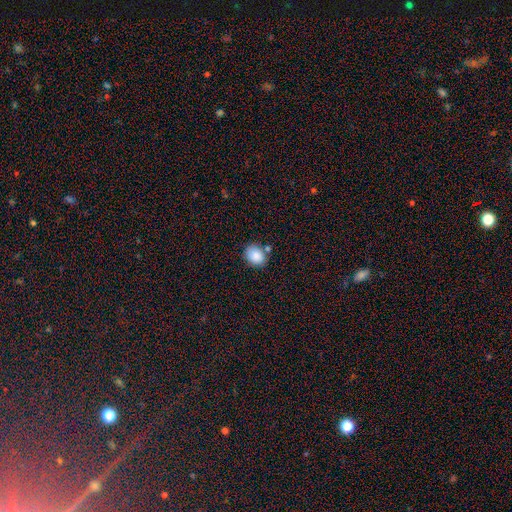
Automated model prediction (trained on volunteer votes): Morphology: type=smooth (87%); roundness=in between (54%); merging=none (72%).